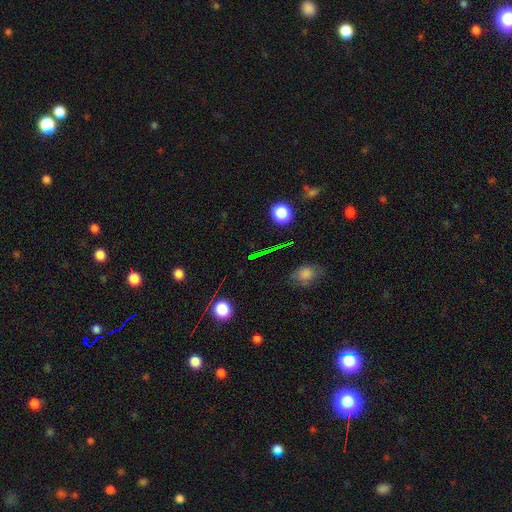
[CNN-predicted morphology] star or artifact 54%, smooth 31%, featured or disk 15%.